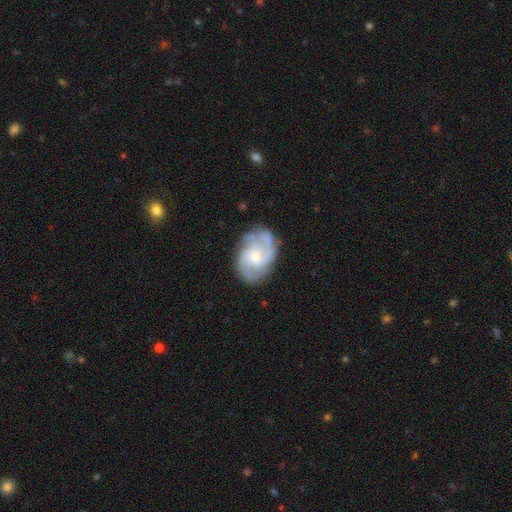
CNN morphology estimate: This appears to be a featured or disk galaxy (86%) with no bar (61%), 2 (38%) medium (49%) spiral arms (96%) and a small central bulge (64%). Merging: none (76%).